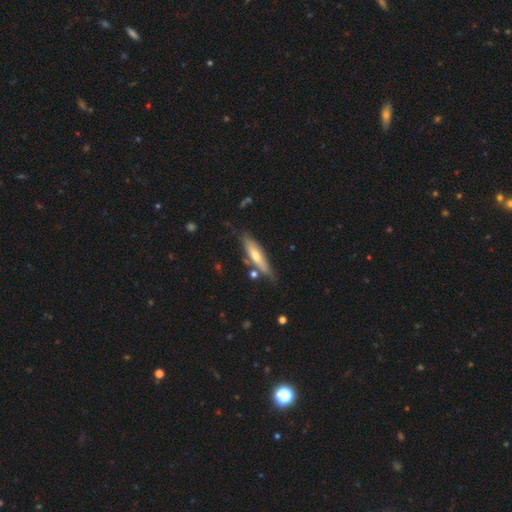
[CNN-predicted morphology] Q: Smooth or featured?
A: featured or disk (47%); tied with: smooth (47%)
Q: Merging?
A: none (67%); runner-up: minor disturbance (21%)